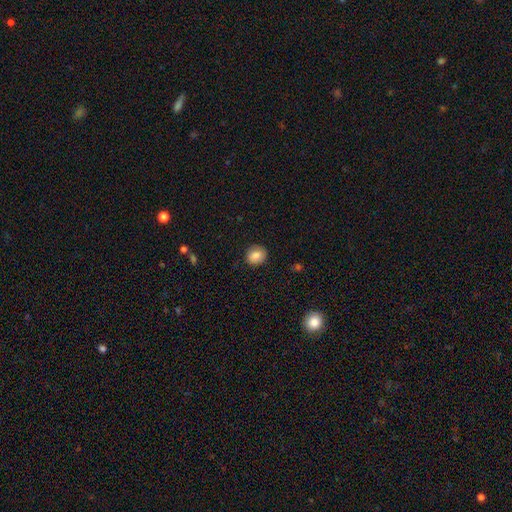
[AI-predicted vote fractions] smooth-or-featured: smooth: 83% | star or artifact: 9% | featured or disk: 8%
  how-rounded: round: 77% | in between: 22% | cigar-shaped: 1%
  merging: none: 87% | minor disturbance: 9% | major disturbance: 2% | merger: 1%